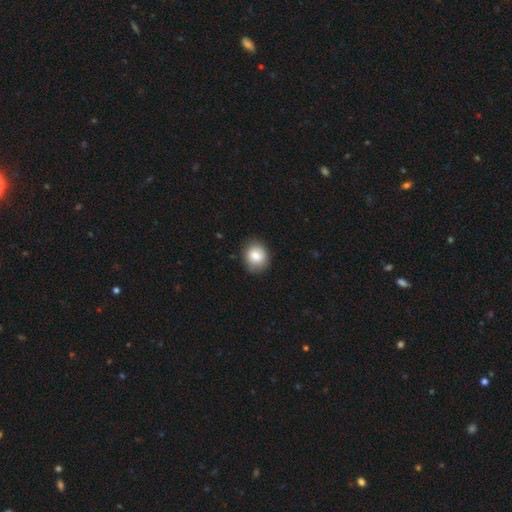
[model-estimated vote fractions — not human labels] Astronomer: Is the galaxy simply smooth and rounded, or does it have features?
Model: smooth — 82%.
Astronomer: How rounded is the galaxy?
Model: round — 70%.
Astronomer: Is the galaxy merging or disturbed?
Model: none — 85%.